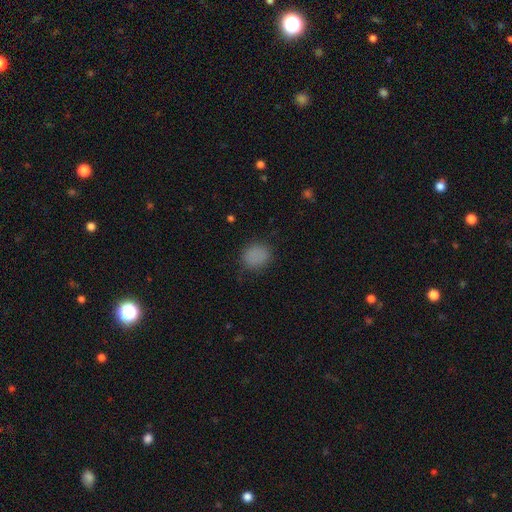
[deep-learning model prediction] This appears to be a smooth galaxy with no disk features (82%) that is round (67%). Merging: none (82%).